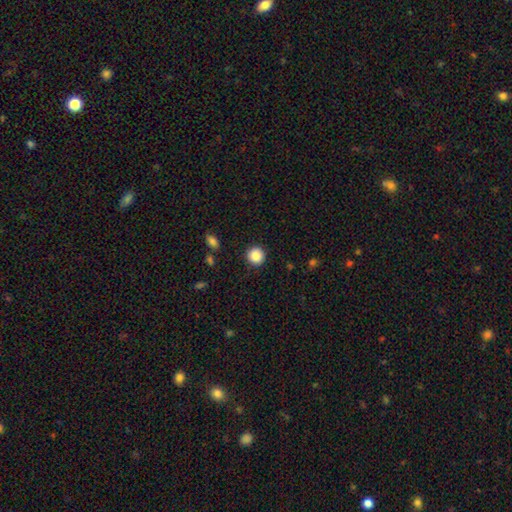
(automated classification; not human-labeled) This appears to be a smooth galaxy with no disk features (88%) that is round (94%). Merging: none (90%).